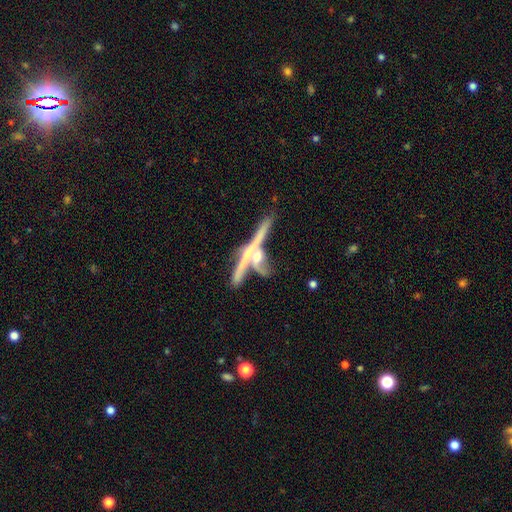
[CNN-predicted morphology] A featured or disk galaxy (67%) viewed edge-on (85%) with a rounded central bulge (55%). Merging: merger (42%).